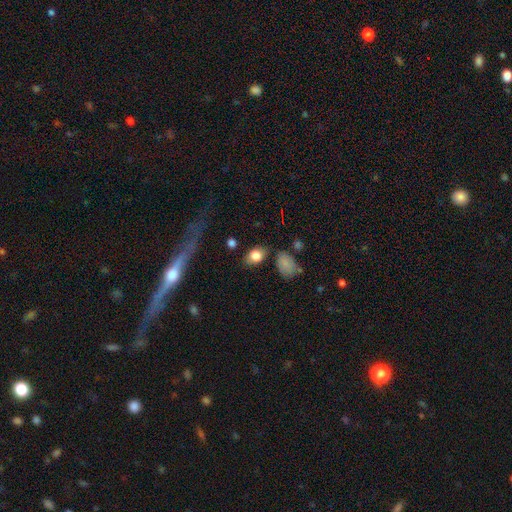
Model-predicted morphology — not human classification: A smooth galaxy with no disk features (80%) that is in between round and cigar-shaped (78%). Merging: none (75%).